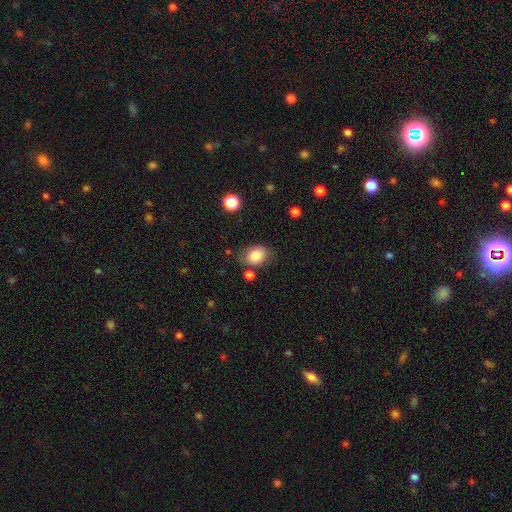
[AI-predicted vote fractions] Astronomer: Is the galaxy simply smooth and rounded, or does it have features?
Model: smooth — 83%.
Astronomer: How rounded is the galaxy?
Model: in between — 68%.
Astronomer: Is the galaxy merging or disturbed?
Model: none — 70%.